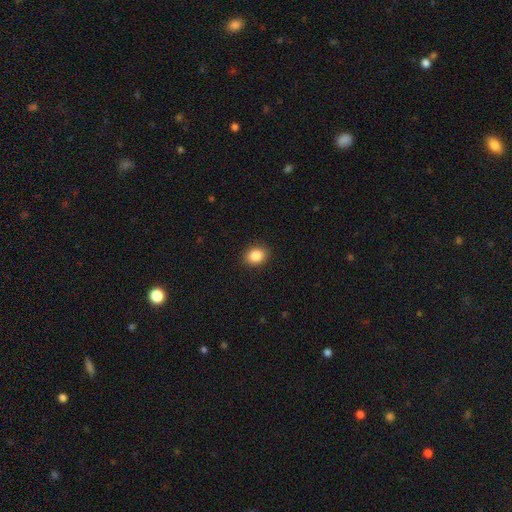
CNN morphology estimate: Q: Smooth or featured?
A: smooth (87%); runner-up: star or artifact (9%)
Q: How rounded?
A: in between (52%); runner-up: round (47%)
Q: Merging?
A: none (89%); runner-up: minor disturbance (8%)